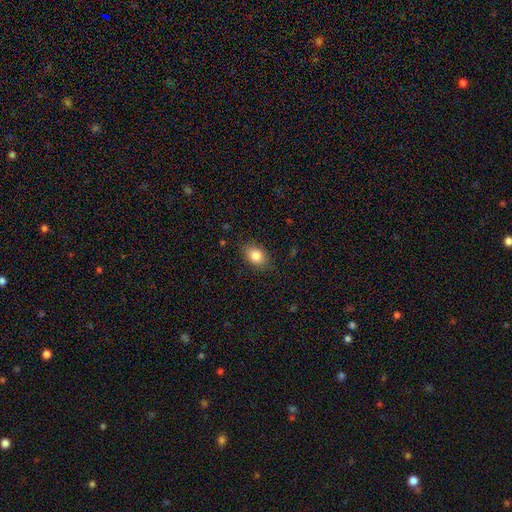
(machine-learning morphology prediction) The model was most divided on "how rounded": in between: 75%, round: 24%, cigar-shaped: 1%. More confident: smooth or featured — smooth (84%); merging — none (82%).